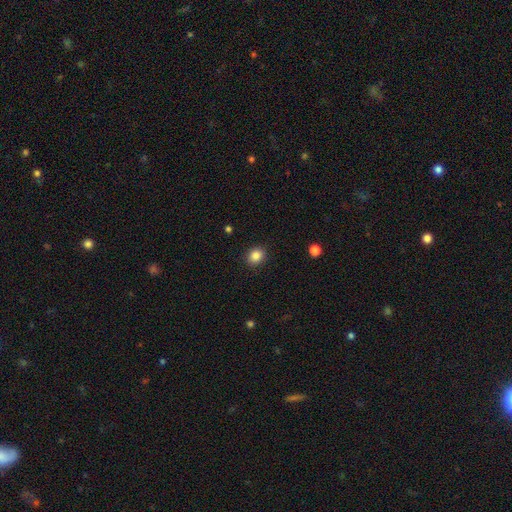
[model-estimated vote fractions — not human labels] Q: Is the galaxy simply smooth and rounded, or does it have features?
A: smooth — 86%.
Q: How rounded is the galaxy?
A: round — 63%.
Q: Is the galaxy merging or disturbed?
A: none — 89%.